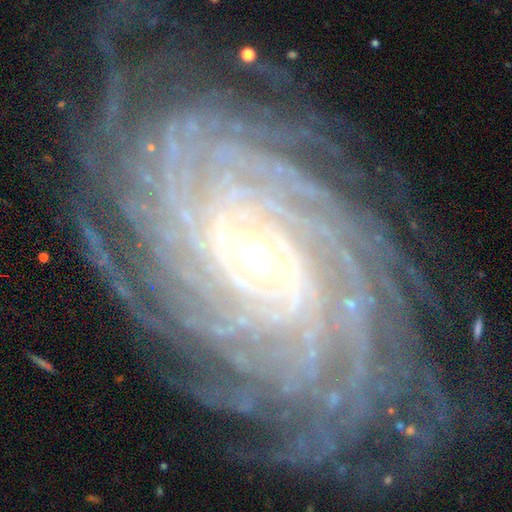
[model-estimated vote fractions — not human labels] This is clearly a featured or disk galaxy (92%). It is clearly not viewed edge-on (97%). Bar: possibly weak (45%). Spiral arm pattern: clearly yes (99%). Spiral arm count: possibly more than 4 (47%). Spiral winding: clearly tight (86%). Central bulge: likely small (61%). Merging: clearly none (82%).